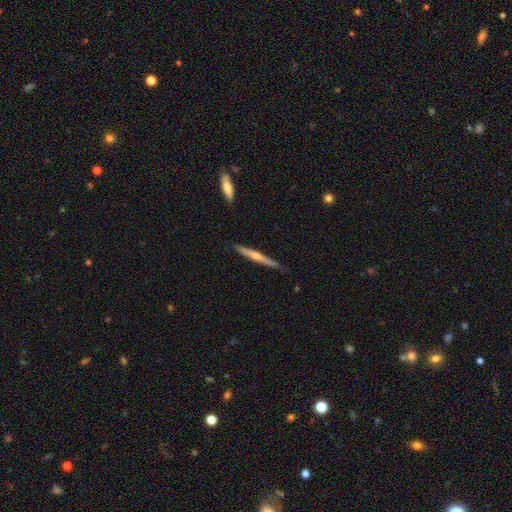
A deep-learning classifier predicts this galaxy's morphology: This appears to be a featured or disk galaxy (69%) viewed edge-on (98%) with a rounded central bulge (75%). Merging: none (89%).